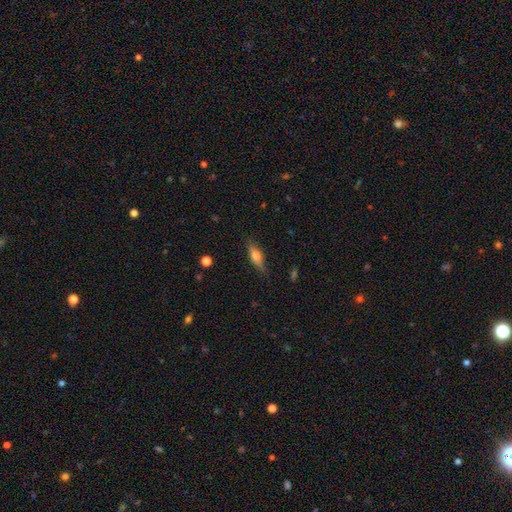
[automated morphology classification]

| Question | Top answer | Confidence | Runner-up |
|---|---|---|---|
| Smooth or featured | smooth | 59% | featured or disk (34%) |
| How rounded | in between | 54% | cigar-shaped (42%) |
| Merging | none | 81% | minor disturbance (14%) |